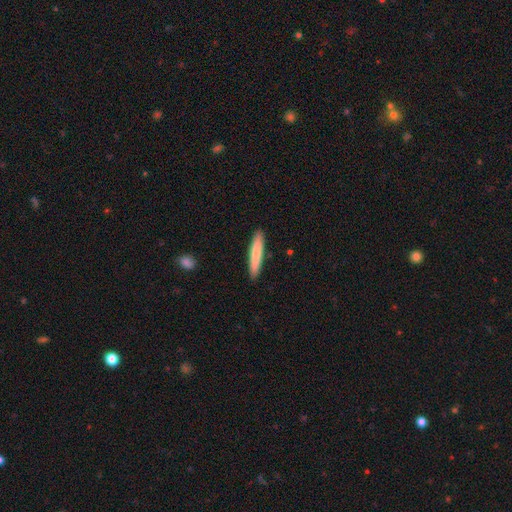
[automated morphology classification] This appears to be a smooth galaxy with no disk features (79%) that is cigar-shaped (92%). Merging: none (90%).